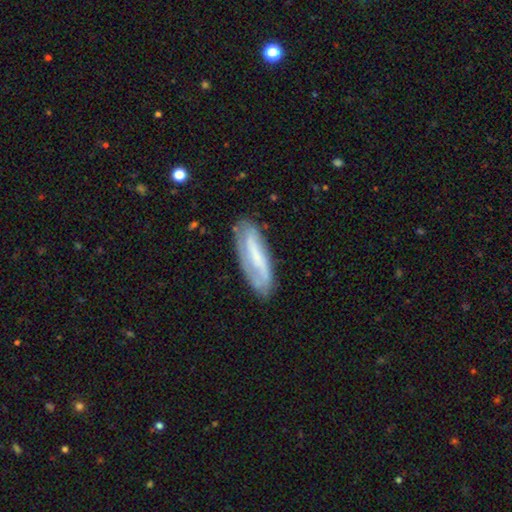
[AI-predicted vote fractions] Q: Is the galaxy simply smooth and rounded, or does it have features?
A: featured or disk — 54%.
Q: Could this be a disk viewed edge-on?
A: no — 74%.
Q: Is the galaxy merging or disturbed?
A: none — 70%.